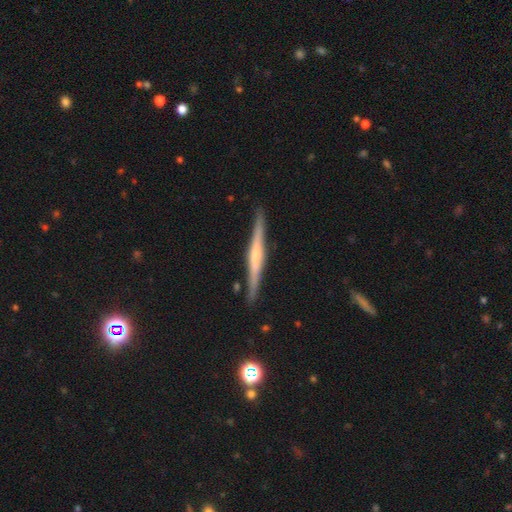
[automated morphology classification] Overall: featured or disk (69%). Edge-on disk: yes (98%). Edge-on bulge: rounded (53%; none 30%). Merging: none (90%).